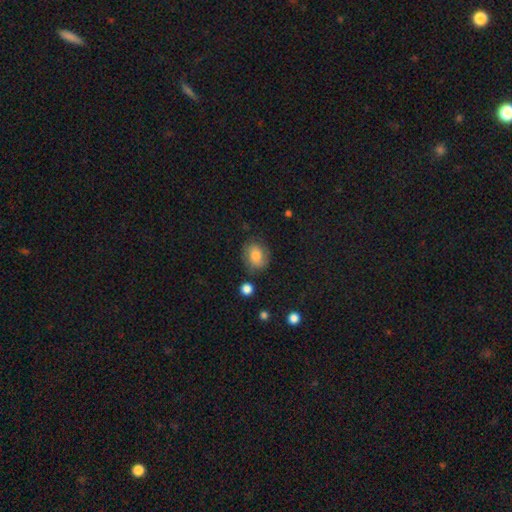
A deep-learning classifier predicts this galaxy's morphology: smooth 69%, featured or disk 21%, star or artifact 10%. Down the decision tree: how rounded — round (52%); merging — none (74%).